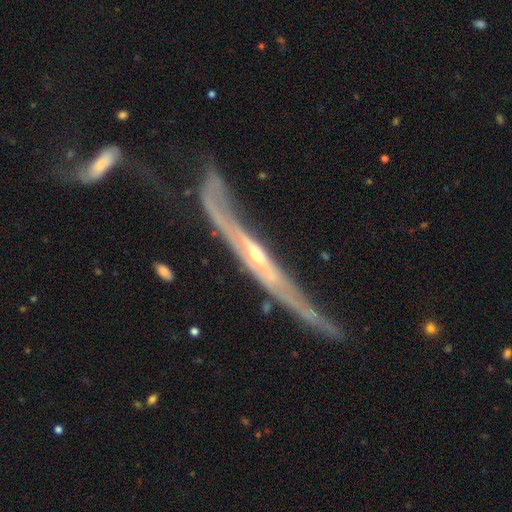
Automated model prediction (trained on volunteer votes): Morphology: type=featured or disk (84%); edge-on=yes (75%); edge-on bulge=rounded (63%); merging=none (45%).